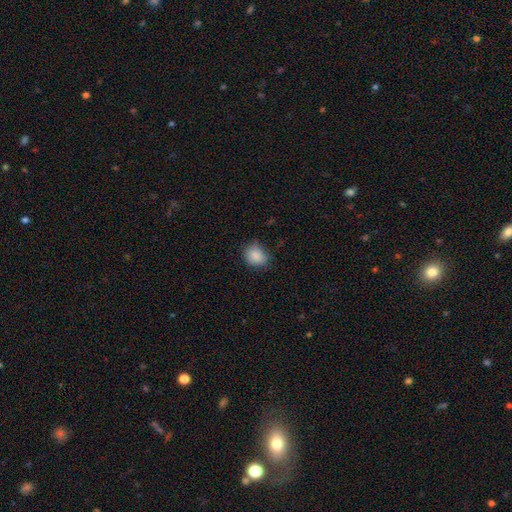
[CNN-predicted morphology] This is clearly a smooth galaxy (87%). How rounded: possibly in between (50%). Merging: likely none (67%).